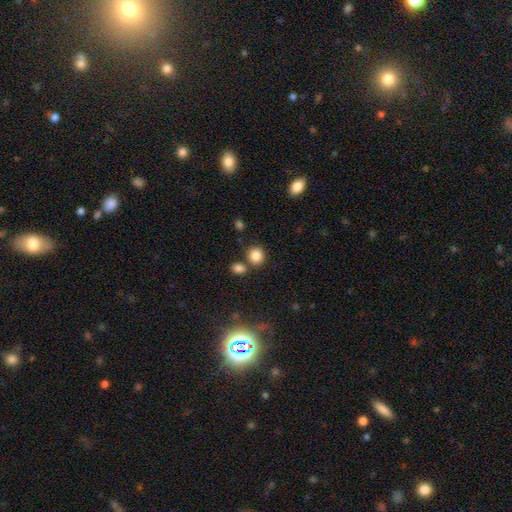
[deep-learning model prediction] Smooth or featured? Predicted: smooth (p=0.85). How rounded? Predicted: round (p=0.77). Merging? Predicted: none (p=0.71).